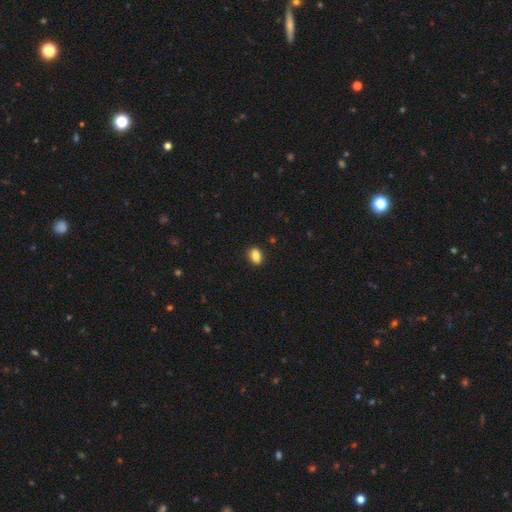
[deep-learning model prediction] smooth 85%, star or artifact 9%, featured or disk 6%. Down the decision tree: how rounded — in between (78%); merging — none (89%).